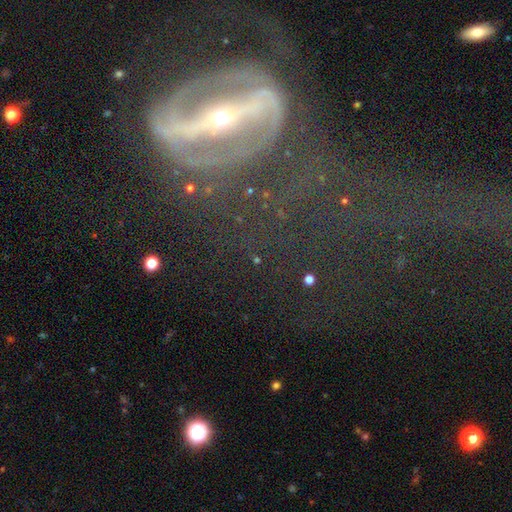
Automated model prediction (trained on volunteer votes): smooth_or_featured: featured or disk (p=0.70) [alt: star or artifact p=0.18]
disk_edge_on: no (p=0.83) [alt: yes p=0.17]
bar: strong (p=0.66) [alt: weak p=0.18]
has_spiral_arms: yes (p=0.69) [alt: no p=0.31]
bulge_size: small (p=0.74) [alt: moderate p=0.20]
merging: none (p=0.59) [alt: major disturbance p=0.20]